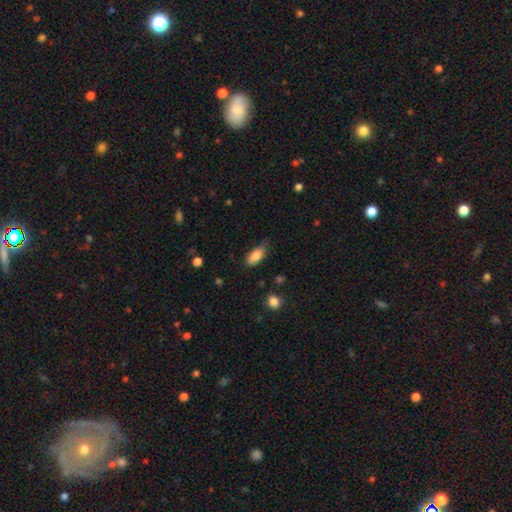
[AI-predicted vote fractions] smooth_or_featured: smooth (p=0.85) [alt: featured or disk p=0.08]
how_rounded: in between (p=0.88) [alt: cigar-shaped p=0.10]
merging: none (p=0.70) [alt: minor disturbance p=0.24]